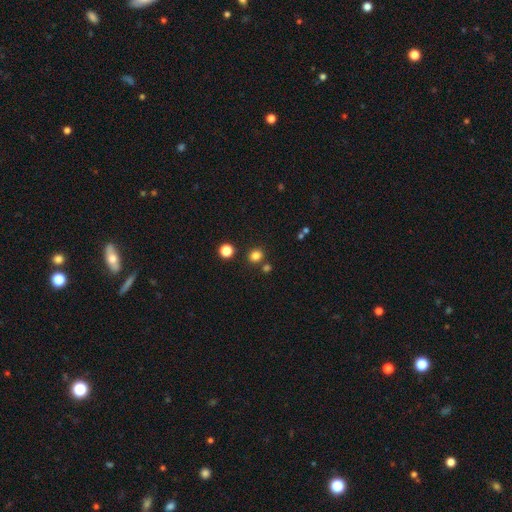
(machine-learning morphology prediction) The model was most divided on "how rounded": round: 80%, in between: 19%, cigar-shaped: 1%. More confident: merging — none (82%); smooth or featured — smooth (81%).